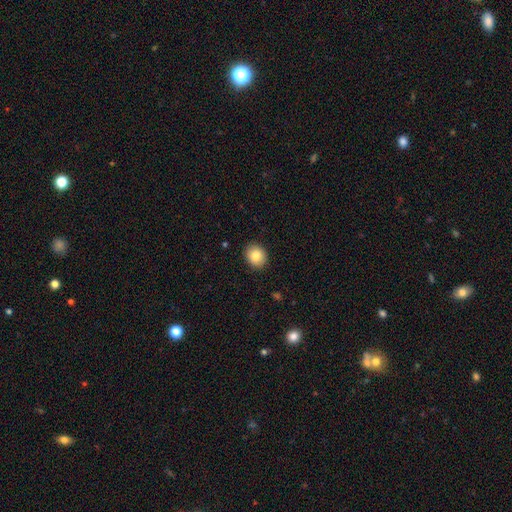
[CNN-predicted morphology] Smooth or featured?
  - smooth: 84% *
  - star or artifact: 9%
  - featured or disk: 8%
How rounded?
  - round: 66% *
  - in between: 33%
  - cigar-shaped: 1%
Merging?
  - none: 90% *
  - minor disturbance: 7%
  - major disturbance: 2%
  - merger: 1%